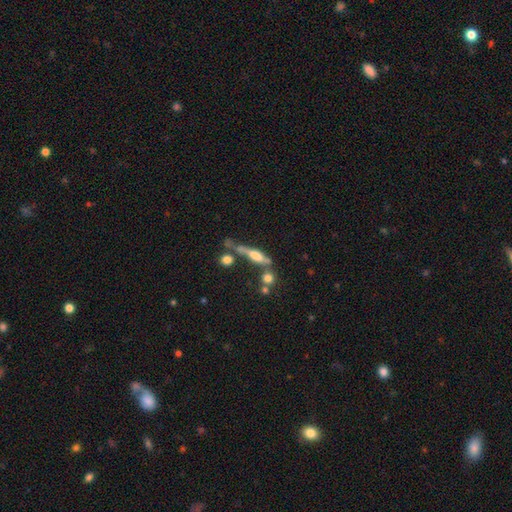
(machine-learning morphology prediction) This appears to be a smooth galaxy with no disk features (46%). Merging: none (43%).